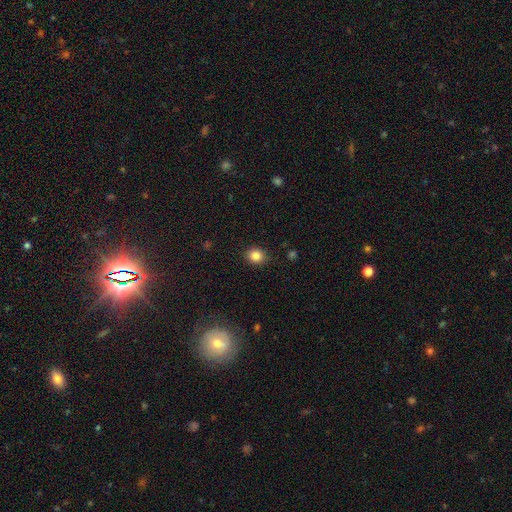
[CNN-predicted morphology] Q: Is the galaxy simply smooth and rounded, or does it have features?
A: smooth — 84%.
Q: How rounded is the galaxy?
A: round — 70%.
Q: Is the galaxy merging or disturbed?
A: none — 88%.